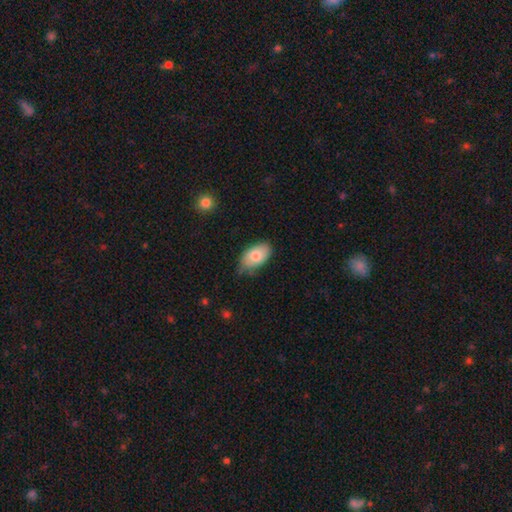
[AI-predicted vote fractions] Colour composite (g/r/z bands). It shows a smooth galaxy with no disk features (79%) that is in between round and cigar-shaped (94%). Merging: none (66%).